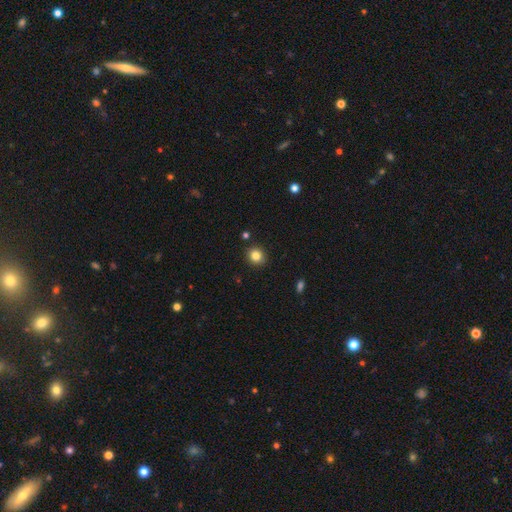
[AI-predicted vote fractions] Morphology: type=smooth (83%); roundness=round (86%); merging=none (90%).